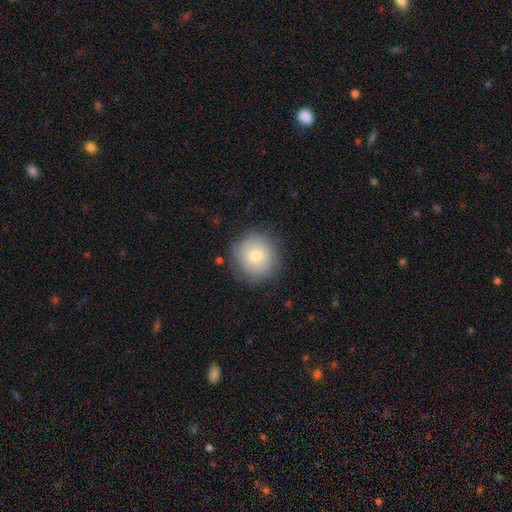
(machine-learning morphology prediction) A smooth galaxy with no disk features (70%) that is round (89%). Merging: none (80%).